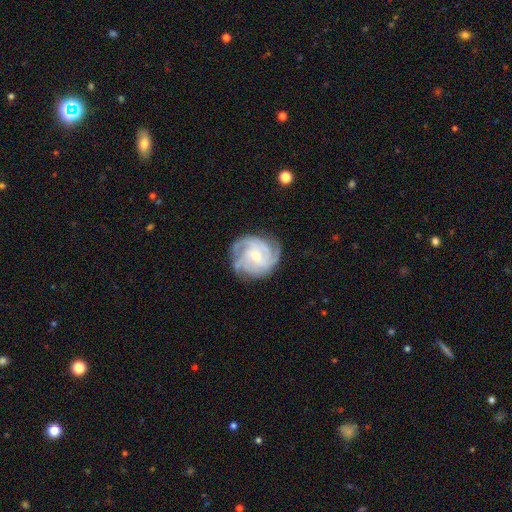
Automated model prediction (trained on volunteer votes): Smooth or featured: featured or disk — 89% (smooth — 6%)
Edge-on disk: no — 98% (yes — 2%)
Bar: no — 53% (weak — 38%)
Spiral arms: yes — 98% (no — 2%)
Spiral winding: tight — 65% (medium — 30%)
Spiral arm count: 4 — 37% (3 — 29%)
Bulge size: small — 59% (moderate — 37%)
Merging: none — 78% (minor disturbance — 15%)